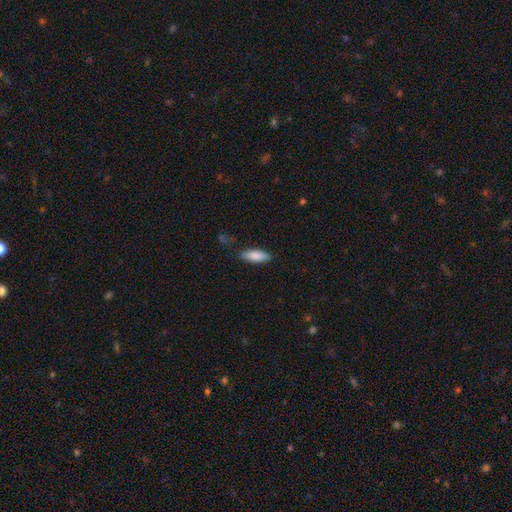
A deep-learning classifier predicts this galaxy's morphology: Smooth or featured? smooth (85%)
How rounded? in between (64%)
Merging? none (84%)